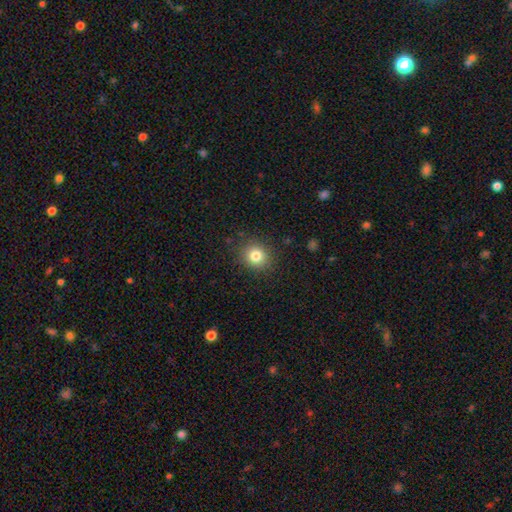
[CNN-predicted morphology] smooth-or-featured: smooth: 81% | star or artifact: 12% | featured or disk: 7%
  how-rounded: round: 82% | in between: 17% | cigar-shaped: 1%
  merging: none: 88% | minor disturbance: 8% | major disturbance: 3% | merger: 1%